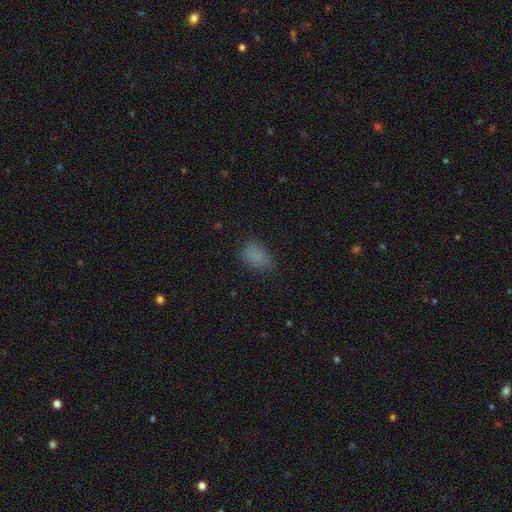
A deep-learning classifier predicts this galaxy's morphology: Smooth or featured: smooth — 81% (star or artifact — 12%)
How rounded: in between — 88% (round — 9%)
Merging: none — 71% (minor disturbance — 20%)